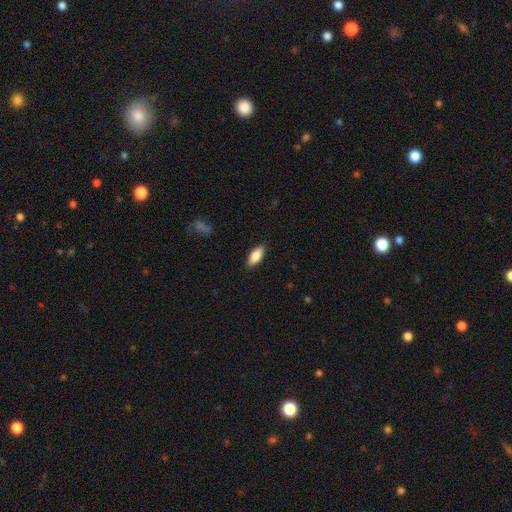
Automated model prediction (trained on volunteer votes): Overall: smooth (85%). How rounded: in between (84%). Merging: none (88%).